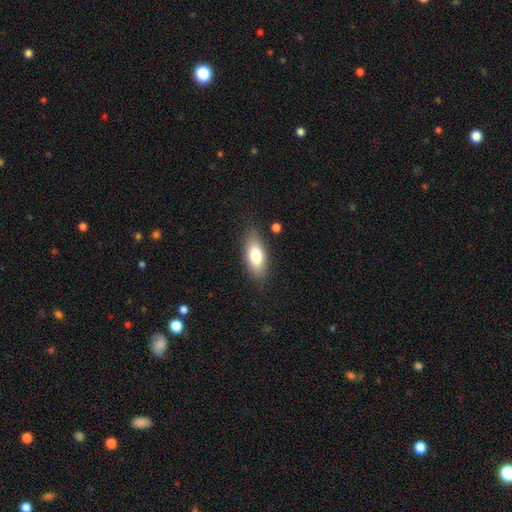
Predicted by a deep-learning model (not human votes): Smooth or featured? Predicted: smooth (p=0.75). How rounded? Predicted: in between (p=0.82). Merging? Predicted: none (p=0.83).